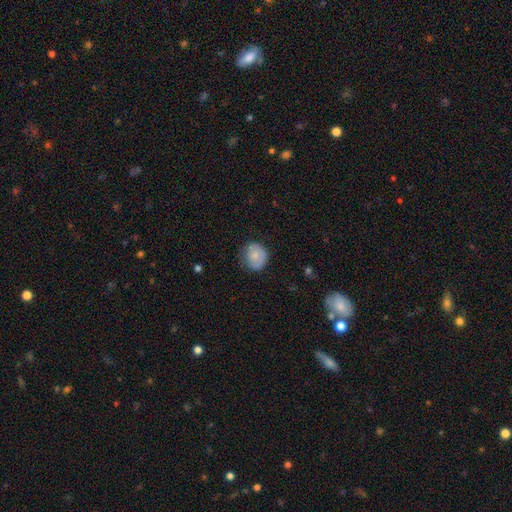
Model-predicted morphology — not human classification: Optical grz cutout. It shows a smooth galaxy with no disk features (73%) that is round (71%). Merging: none (66%).